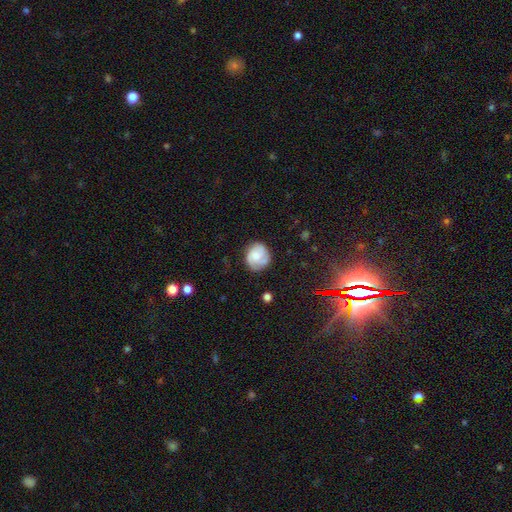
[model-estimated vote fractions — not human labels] Smooth or featured: smooth — 46% (tied with featured or disk — 46%)
Merging: none — 70% (minor disturbance — 22%)